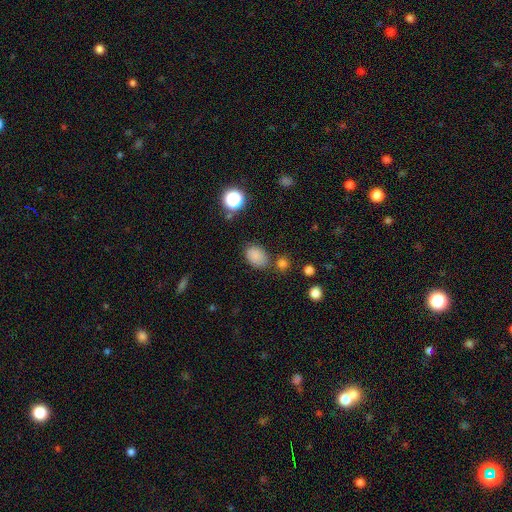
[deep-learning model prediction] This appears to be a smooth galaxy with no disk features (82%) that is in between round and cigar-shaped (81%). Merging: none (73%).